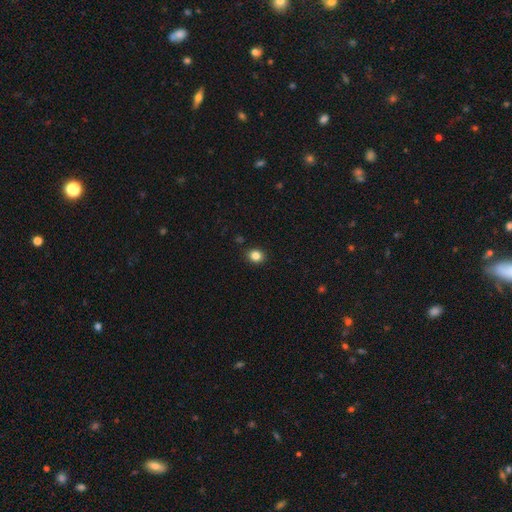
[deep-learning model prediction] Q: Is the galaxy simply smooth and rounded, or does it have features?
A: smooth — 83%.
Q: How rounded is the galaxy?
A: round — 71%.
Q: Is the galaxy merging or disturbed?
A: none — 90%.